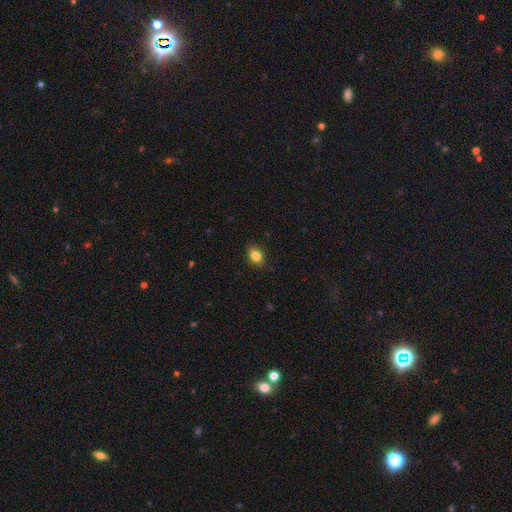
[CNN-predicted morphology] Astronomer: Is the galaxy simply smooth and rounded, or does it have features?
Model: smooth — 83%.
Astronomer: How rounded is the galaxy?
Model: in between — 60% (runner-up: round, 39%).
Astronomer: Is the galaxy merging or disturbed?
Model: none — 86%.